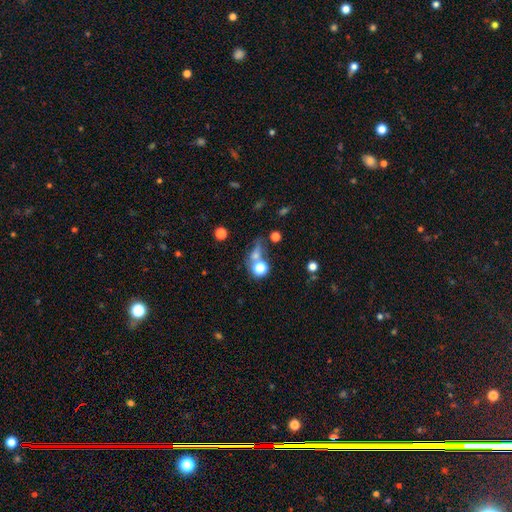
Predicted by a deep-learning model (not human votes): smooth-or-featured: smooth: 54% | star or artifact: 28% | featured or disk: 18%
  how-rounded: round: 57% | in between: 32% | cigar-shaped: 11%
  merging: none: 50% | merger: 26% | minor disturbance: 14% | major disturbance: 11%